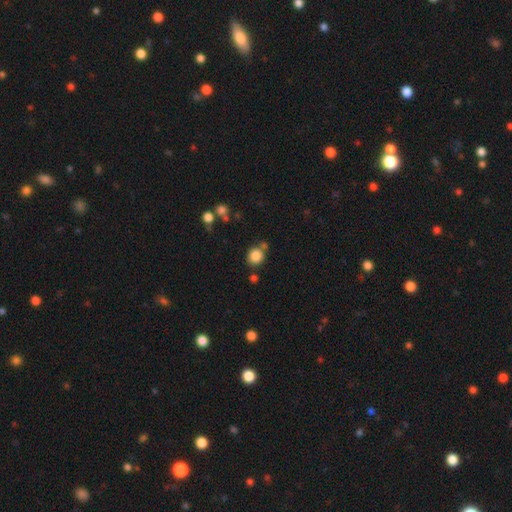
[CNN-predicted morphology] Smooth or featured?
  - smooth: 85% *
  - star or artifact: 11%
  - featured or disk: 5%
How rounded?
  - round: 85% *
  - in between: 14%
  - cigar-shaped: 1%
Merging?
  - none: 72% *
  - merger: 13%
  - minor disturbance: 11%
  - major disturbance: 4%